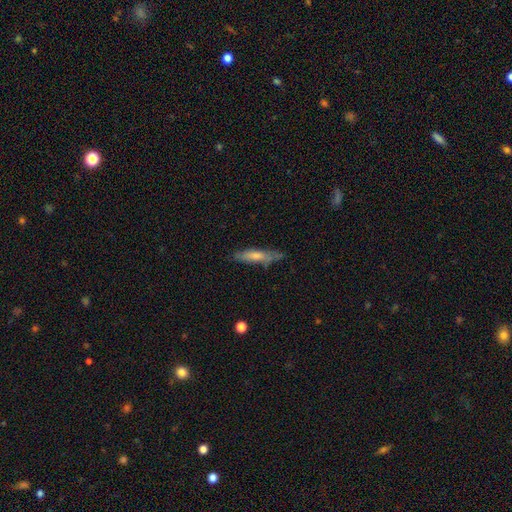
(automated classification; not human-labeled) A smooth galaxy with no disk features (52%) that is cigar-shaped (82%).

Vote fractions:
- Smooth or featured? smooth: 52% / featured or disk: 40% / star or artifact: 7%
- How rounded? cigar-shaped: 82% / in between: 16% / round: 2%
- Merging? none: 73% / minor disturbance: 20% / major disturbance: 5% / merger: 2%